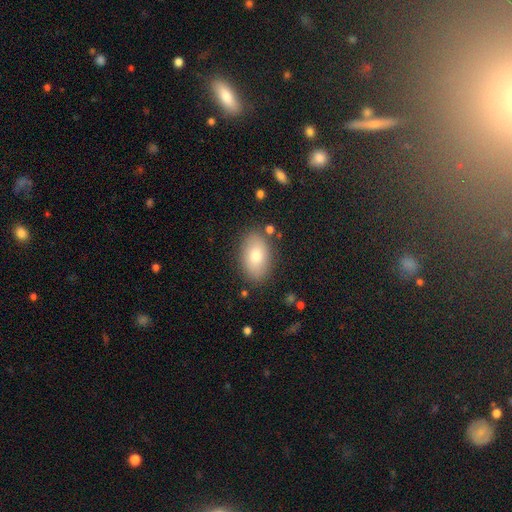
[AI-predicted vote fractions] A smooth galaxy with no disk features (77%) that is in between round and cigar-shaped (91%).

Vote fractions:
- Smooth or featured? smooth: 77% / featured or disk: 16% / star or artifact: 7%
- How rounded? in between: 91% / round: 7% / cigar-shaped: 2%
- Merging? none: 84% / minor disturbance: 11% / major disturbance: 3% / merger: 2%